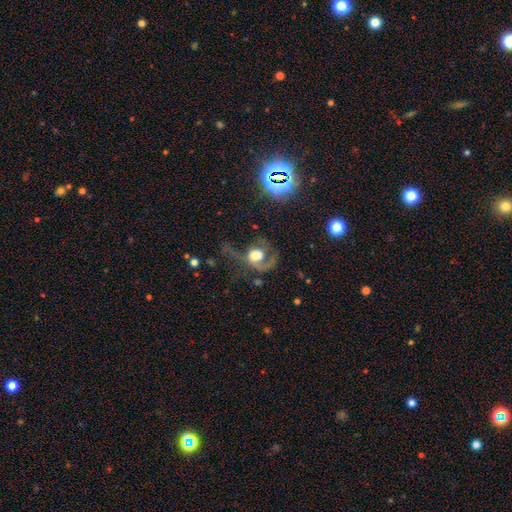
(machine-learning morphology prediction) This appears to be a featured or disk galaxy (56%) with no bar (76%), spiral arms (67%) and a large central bulge (50%). Merging: major disturbance (55%).